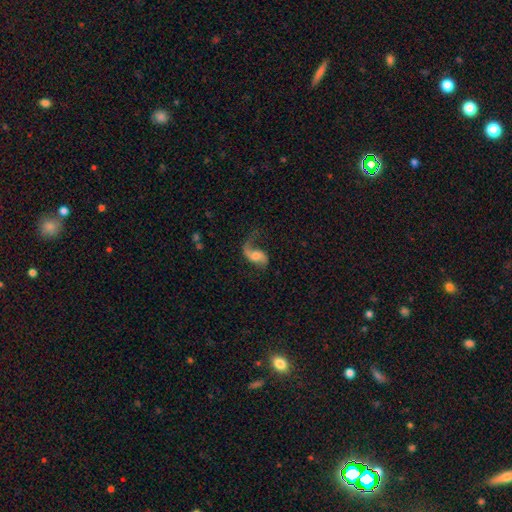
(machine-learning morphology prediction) featured or disk 80%, smooth 14%, star or artifact 6%. Down the decision tree: edge-on disk — no (97%); bar — no (55%); spiral arms — yes (94%); spiral arm count — 2 (71%); spiral winding — loose (78%); bulge size — moderate (55%); merging — none (52%).